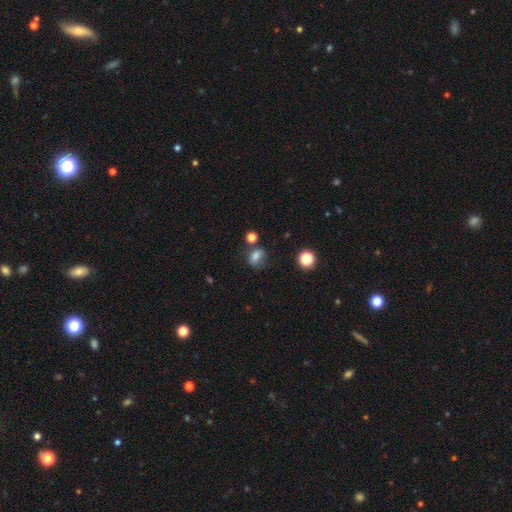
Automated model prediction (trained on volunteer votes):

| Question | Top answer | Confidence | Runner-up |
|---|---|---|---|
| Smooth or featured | smooth | 74% | star or artifact (15%) |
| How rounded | in between | 62% | round (36%) |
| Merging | none | 53% | minor disturbance (25%) |